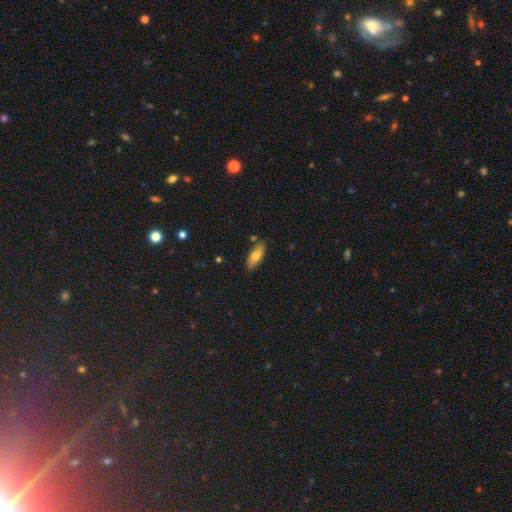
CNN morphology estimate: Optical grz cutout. It shows a smooth galaxy with no disk features (77%) that is in between round and cigar-shaped (77%). Merging: none (79%).